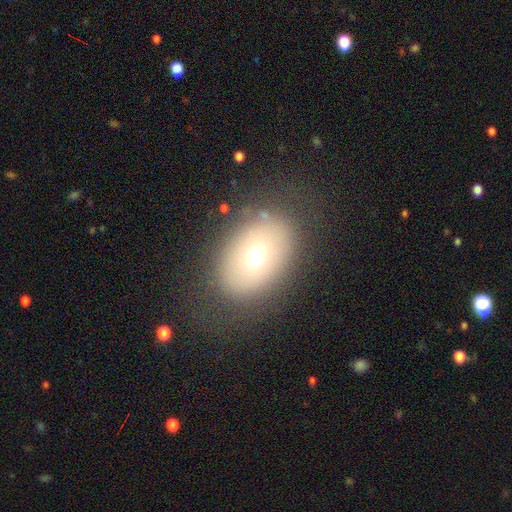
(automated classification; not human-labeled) Smooth or featured? Predicted: smooth (p=0.67). How rounded? Predicted: in between (p=0.77). Merging? Predicted: none (p=0.77).